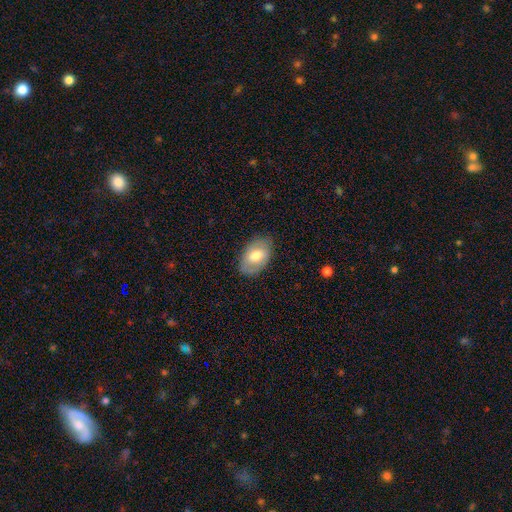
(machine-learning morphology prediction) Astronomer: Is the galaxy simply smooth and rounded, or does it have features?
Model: smooth — 67%.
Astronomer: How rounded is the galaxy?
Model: in between — 91%.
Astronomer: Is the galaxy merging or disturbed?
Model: none — 79%.